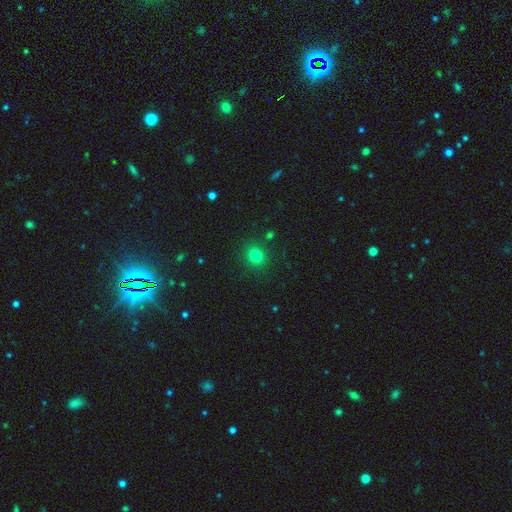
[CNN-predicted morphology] The model was most divided on "smooth or featured": smooth: 80%, star or artifact: 15%, featured or disk: 6%. More confident: merging — none (88%); how rounded — round (85%).